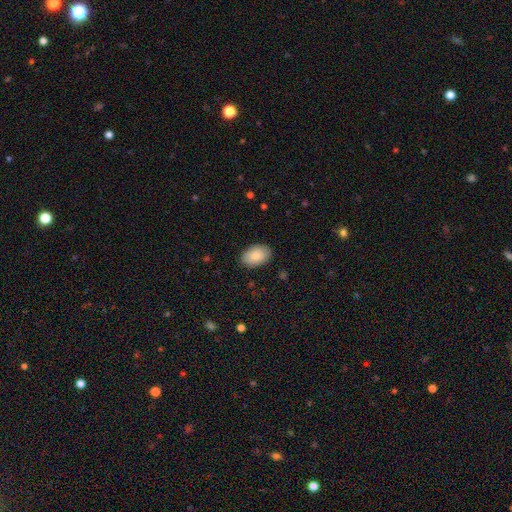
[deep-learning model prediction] A smooth galaxy with no disk features (88%) that is in between round and cigar-shaped (90%). Merging: none (88%).